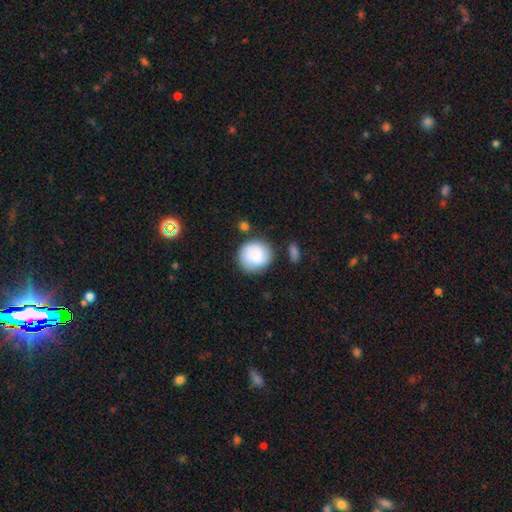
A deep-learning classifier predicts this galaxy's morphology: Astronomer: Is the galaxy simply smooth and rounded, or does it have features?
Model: smooth — 79%.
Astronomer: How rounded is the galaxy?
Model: round — 88%.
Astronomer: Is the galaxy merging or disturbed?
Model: none — 71%.